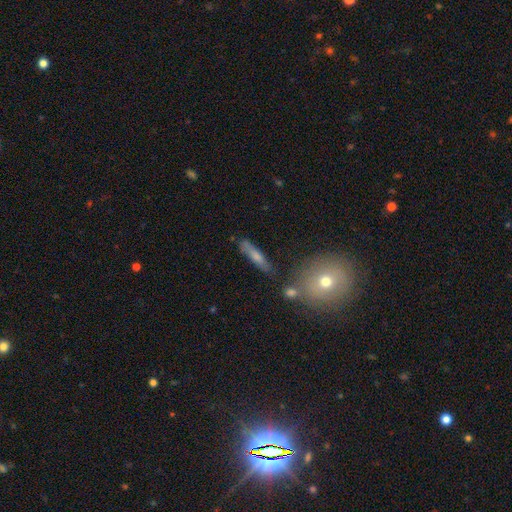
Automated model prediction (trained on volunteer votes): A smooth galaxy with no disk features (64%) that is cigar-shaped (81%). Merging: none (73%).